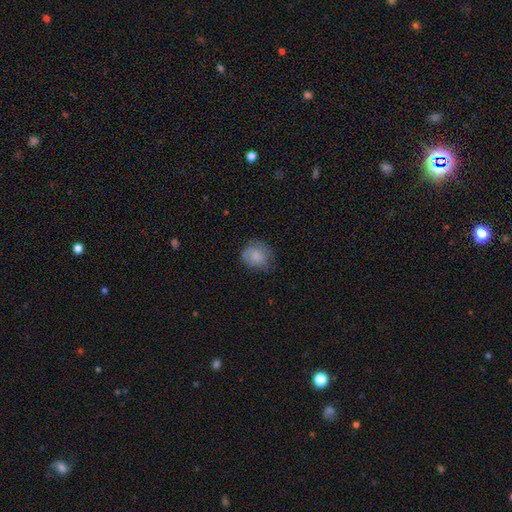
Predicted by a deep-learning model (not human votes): Smooth or featured? smooth (78%)
How rounded? round (74%)
Merging? none (65%)